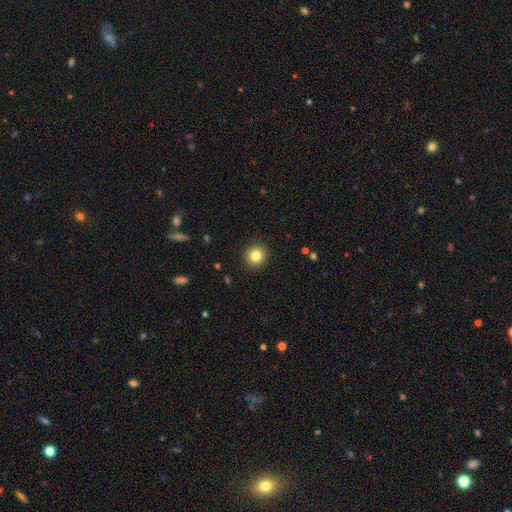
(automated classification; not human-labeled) smooth_or_featured: smooth (p=0.82) [alt: star or artifact p=0.11]
how_rounded: round (p=0.91) [alt: in between p=0.08]
merging: none (p=0.92) [alt: minor disturbance p=0.06]